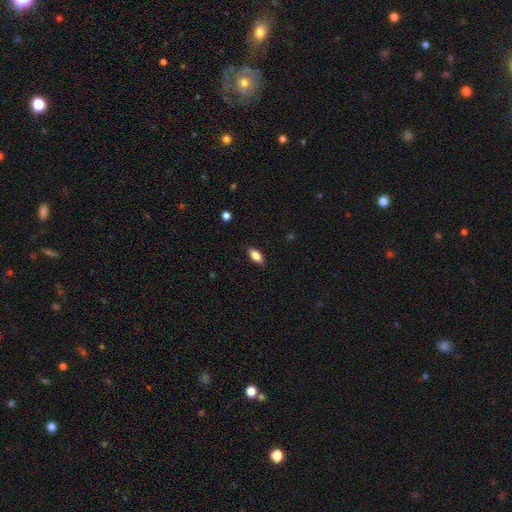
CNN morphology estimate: This is clearly a smooth galaxy (86%). How rounded: clearly in between (91%). Merging: clearly none (87%).